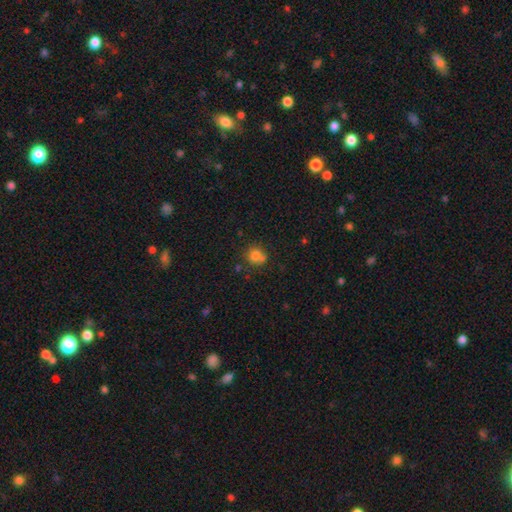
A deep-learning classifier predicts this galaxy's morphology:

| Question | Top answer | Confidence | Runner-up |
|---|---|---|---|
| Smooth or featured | smooth | 77% | star or artifact (13%) |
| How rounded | round | 81% | in between (18%) |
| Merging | none | 57% | merger (22%) |